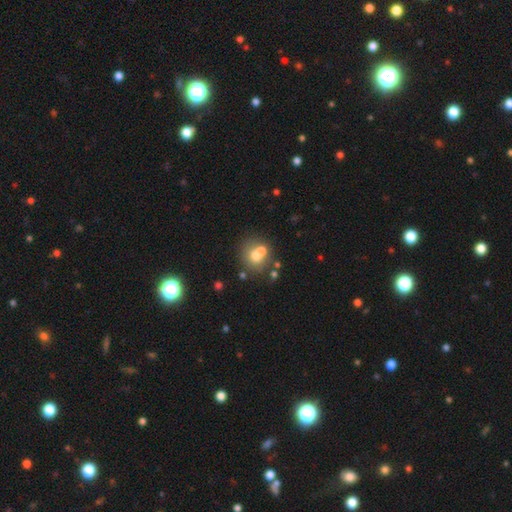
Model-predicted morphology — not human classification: smooth_or_featured: smooth (p=0.63) [alt: featured or disk p=0.24]
how_rounded: round (p=0.79) [alt: in between p=0.20]
merging: none (p=0.48) [alt: merger p=0.38]